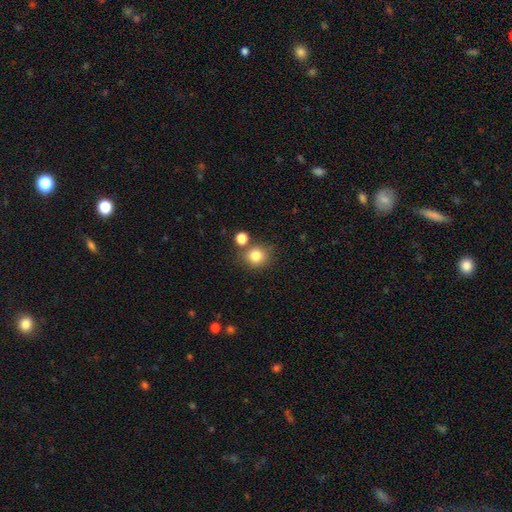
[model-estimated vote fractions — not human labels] smooth_or_featured: smooth (p=0.82) [alt: star or artifact p=0.12]
how_rounded: round (p=0.85) [alt: in between p=0.14]
merging: none (p=0.73) [alt: merger p=0.13]